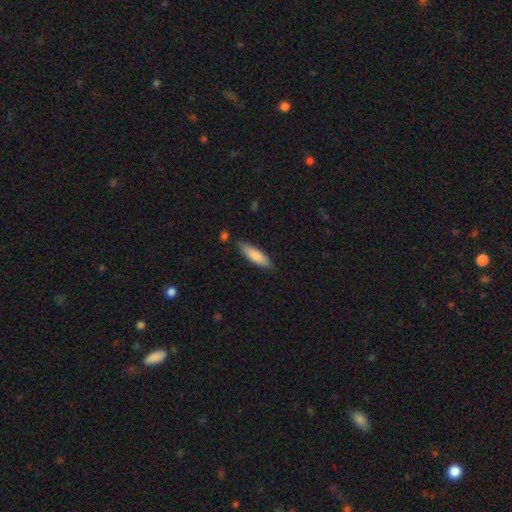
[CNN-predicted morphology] type=smooth (78%); roundness=cigar-shaped (63%); merging=none (81%).